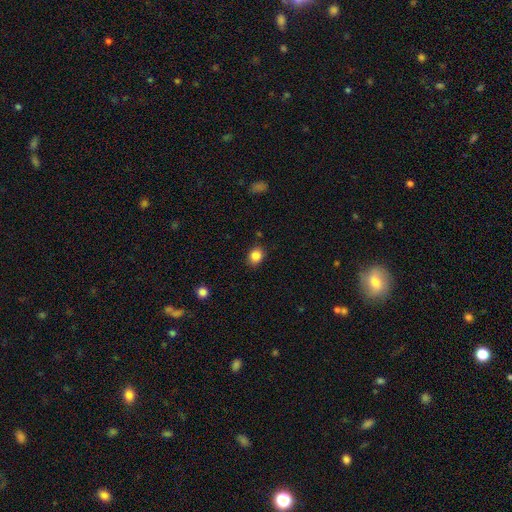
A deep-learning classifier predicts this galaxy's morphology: This appears to be a smooth galaxy with no disk features (85%) that is round (56%). Merging: none (86%).